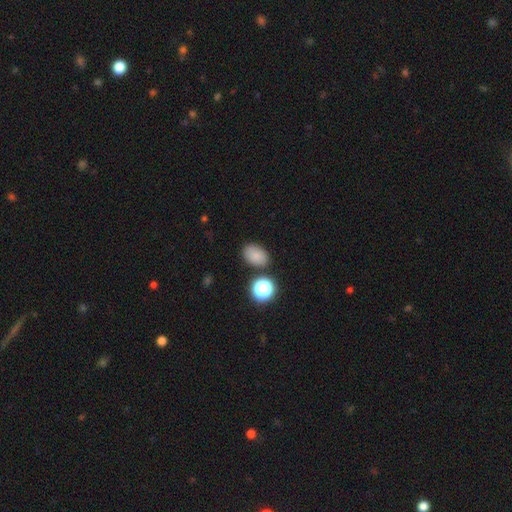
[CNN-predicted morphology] A smooth galaxy with no disk features (80%) that is in between round and cigar-shaped (81%). Merging: none (79%).